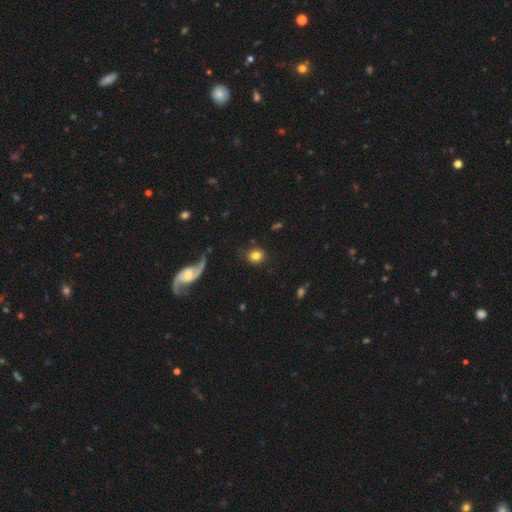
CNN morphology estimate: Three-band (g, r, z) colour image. It shows a smooth galaxy with no disk features (79%) that is round (76%). Merging: none (83%).